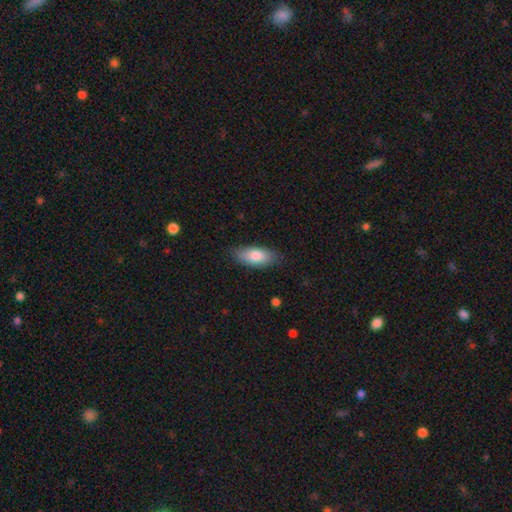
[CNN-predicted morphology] type=smooth (80%); roundness=in between (83%); merging=none (83%).